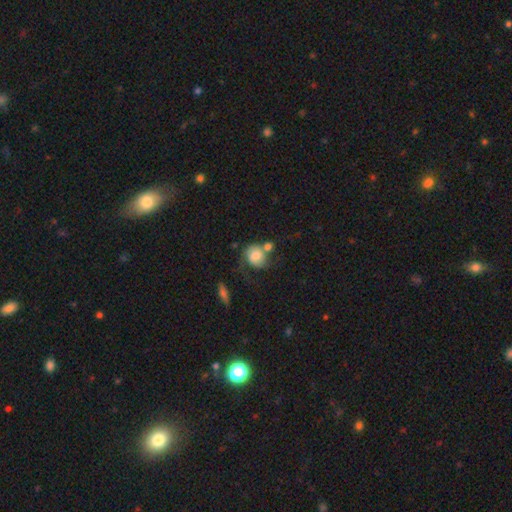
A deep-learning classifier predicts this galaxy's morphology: smooth_or_featured: smooth (p=0.60) [alt: featured or disk p=0.32]
how_rounded: round (p=0.70) [alt: in between p=0.29]
merging: none (p=0.31) [alt: merger p=0.29]